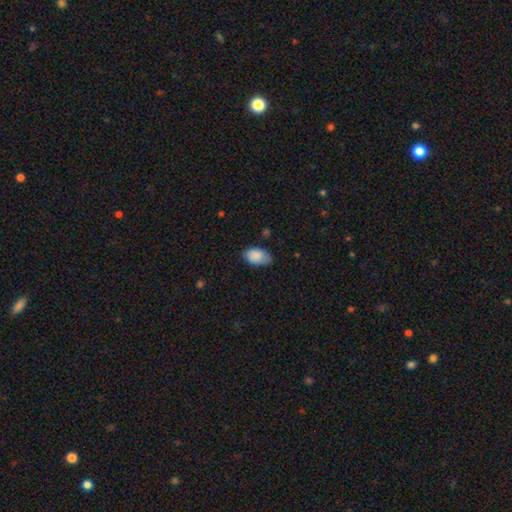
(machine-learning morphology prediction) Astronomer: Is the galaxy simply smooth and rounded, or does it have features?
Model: smooth — 88%.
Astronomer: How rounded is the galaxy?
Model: in between — 92%.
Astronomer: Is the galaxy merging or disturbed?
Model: none — 72%.